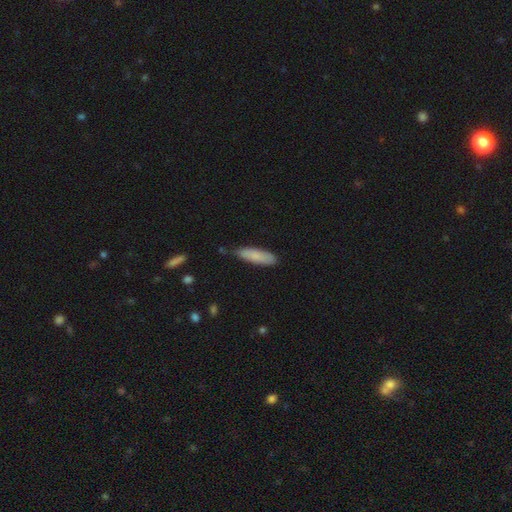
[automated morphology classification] A smooth galaxy with no disk features (82%) that is cigar-shaped (64%).

Vote fractions:
- Smooth or featured? smooth: 82% / featured or disk: 12% / star or artifact: 6%
- How rounded? cigar-shaped: 64% / in between: 34% / round: 1%
- Merging? none: 72% / minor disturbance: 23% / major disturbance: 3% / merger: 3%